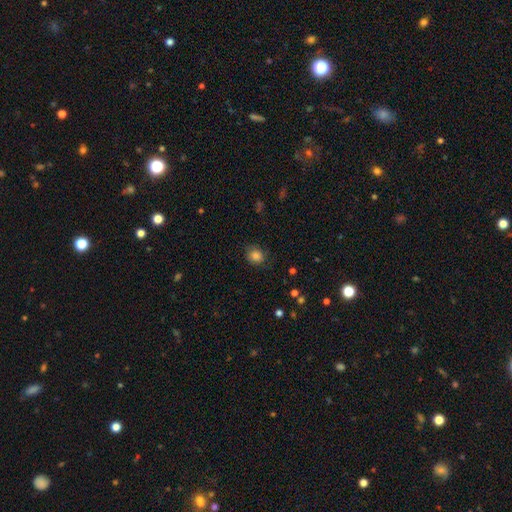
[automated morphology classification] smooth 84%, star or artifact 11%, featured or disk 5%. Down the decision tree: how rounded — round (72%); merging — none (79%).